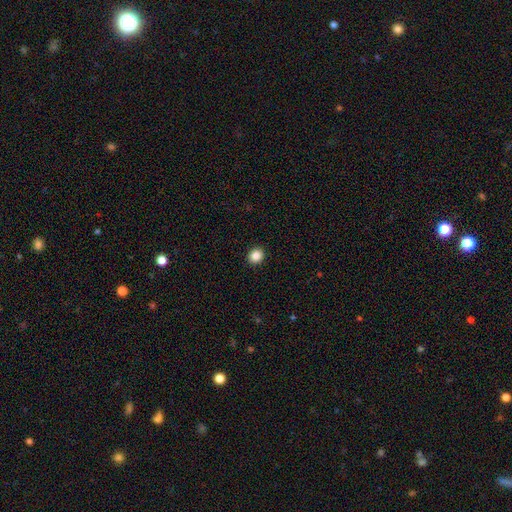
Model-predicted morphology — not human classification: A smooth galaxy with no disk features (86%) that is round (76%). Merging: none (92%).